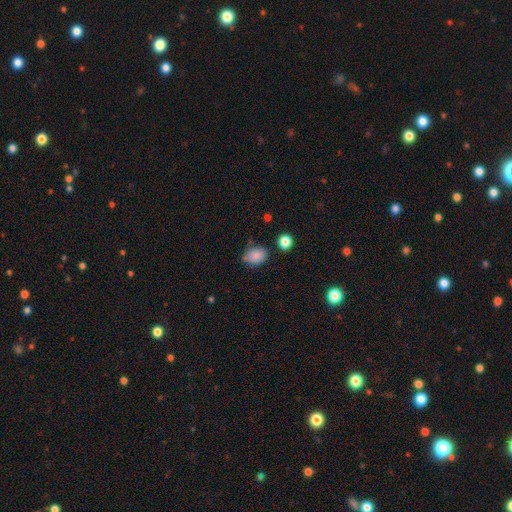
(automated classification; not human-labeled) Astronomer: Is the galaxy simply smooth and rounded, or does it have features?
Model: smooth — 85%.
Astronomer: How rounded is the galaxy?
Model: in between — 67%.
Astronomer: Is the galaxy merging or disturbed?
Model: none — 71%.